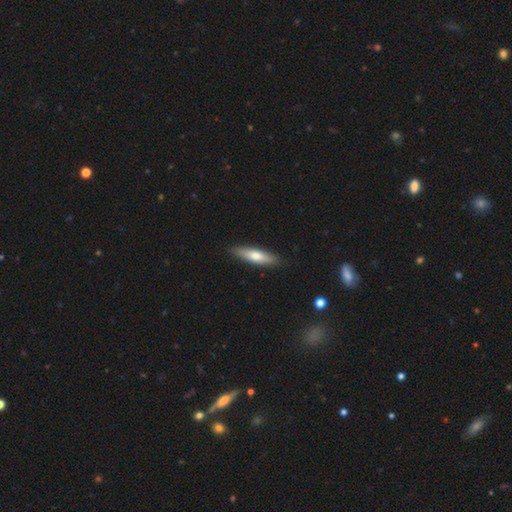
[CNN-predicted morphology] This is likely a smooth galaxy (65%). How rounded: likely cigar-shaped (72%). Merging: clearly none (89%).